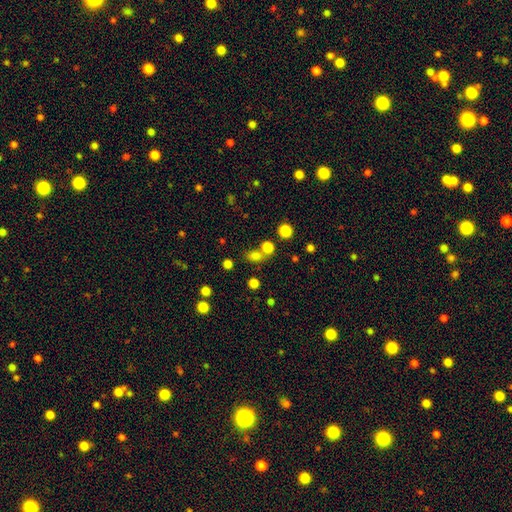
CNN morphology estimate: type=smooth (76%); roundness=in between (52%); merging=none (57%).